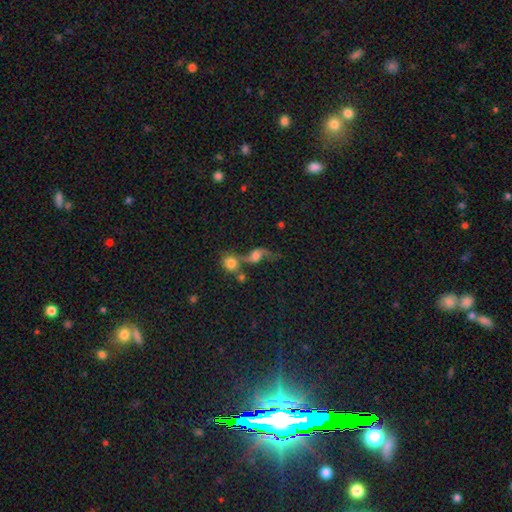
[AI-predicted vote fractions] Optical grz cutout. It shows a featured or disk galaxy (50%). Merging: merger (46%).